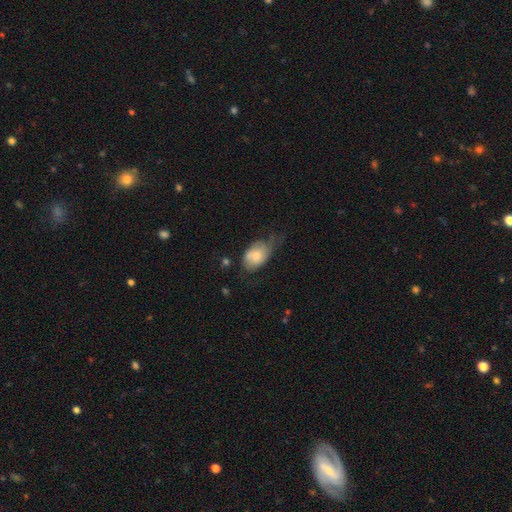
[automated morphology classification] This appears to be a smooth galaxy with no disk features (63%) that is in between round and cigar-shaped (85%). Merging: minor disturbance (39%).